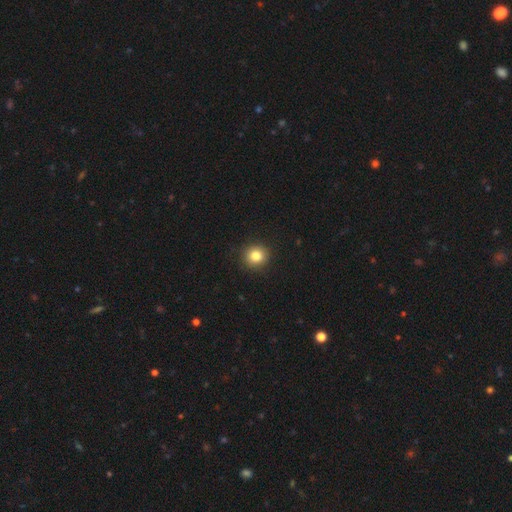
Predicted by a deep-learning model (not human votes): Smooth or featured? smooth (83%)
How rounded? round (88%)
Merging? none (91%)